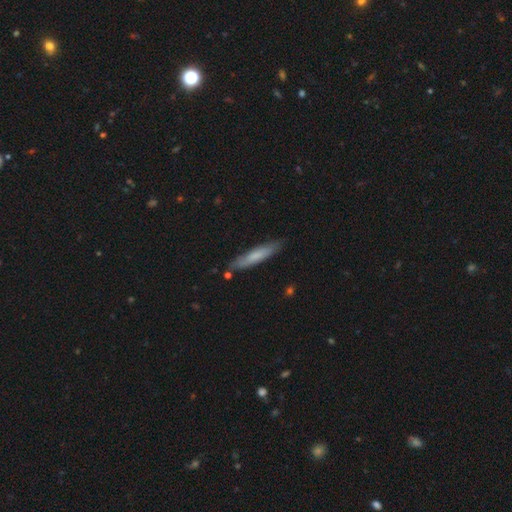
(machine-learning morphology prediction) smooth 66%, featured or disk 28%, star or artifact 5%. Down the decision tree: how rounded — cigar-shaped (89%); merging — none (83%).